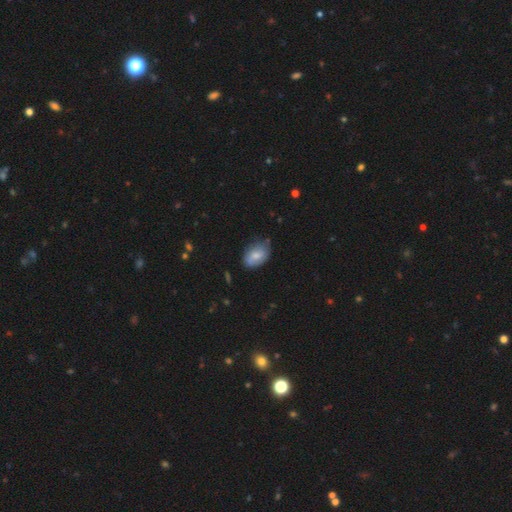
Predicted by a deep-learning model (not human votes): Overall: smooth (68%). How rounded: in between (86%). Merging: none (67%).